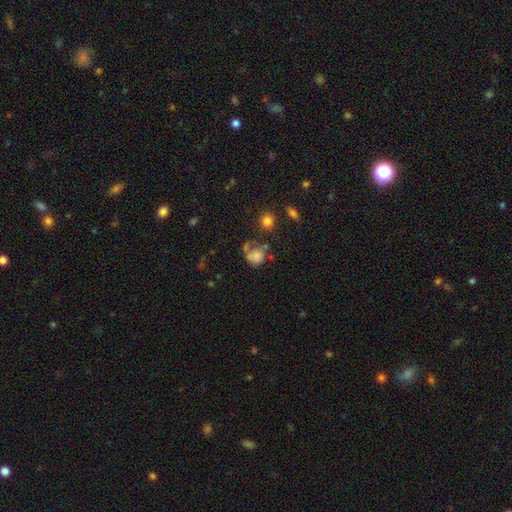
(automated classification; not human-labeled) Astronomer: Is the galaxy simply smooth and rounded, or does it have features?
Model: smooth — 71%.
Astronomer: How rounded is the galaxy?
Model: round — 63%.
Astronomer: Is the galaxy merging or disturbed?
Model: none — 33% (runner-up: merger, 24%).